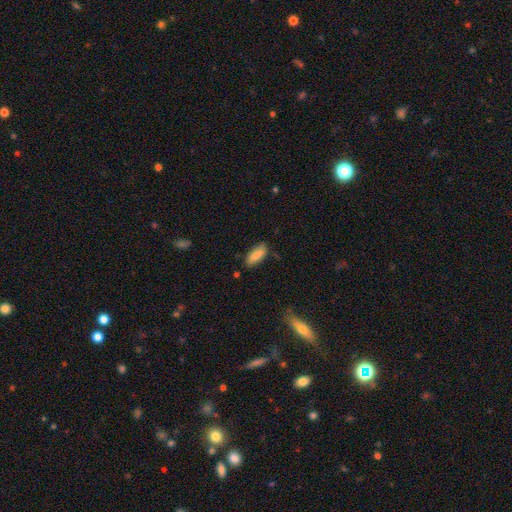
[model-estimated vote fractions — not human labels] Smooth or featured? Predicted: smooth (p=0.83). How rounded? Predicted: in between (p=0.72). Merging? Predicted: none (p=0.80).